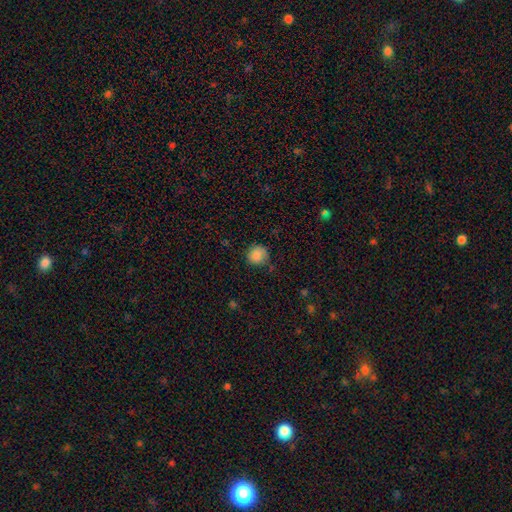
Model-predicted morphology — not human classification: Overall: smooth (86%). How rounded: round (87%). Merging: none (73%).